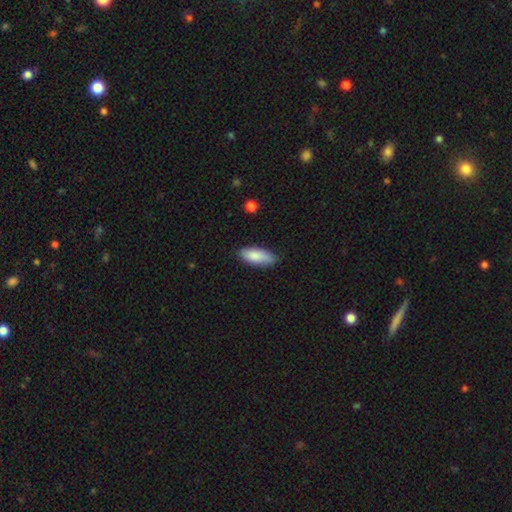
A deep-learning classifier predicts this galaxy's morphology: smooth-or-featured: smooth: 86% | featured or disk: 8% | star or artifact: 6%
  how-rounded: in between: 76% | cigar-shaped: 22% | round: 2%
  merging: none: 80% | minor disturbance: 16% | major disturbance: 2% | merger: 1%